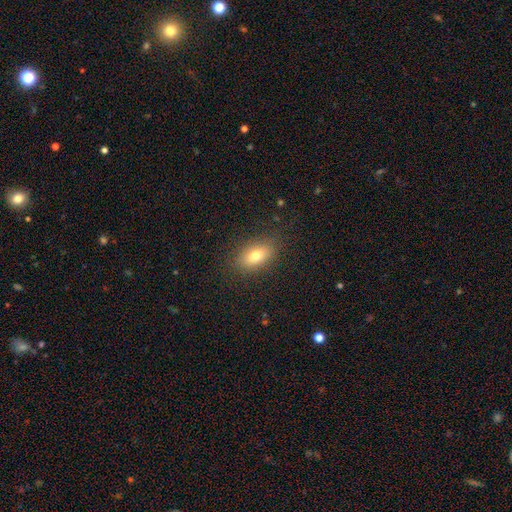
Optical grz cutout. It shows a smooth galaxy with no disk features (82%) that is in between round and cigar-shaped (88%). Merging: none (97%).